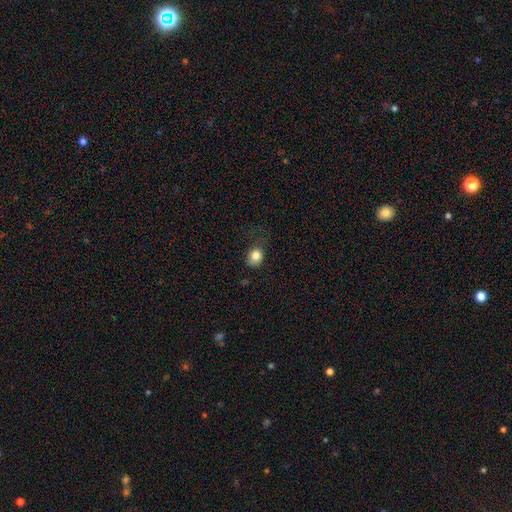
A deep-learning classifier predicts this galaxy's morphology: Smooth or featured? Predicted: smooth (p=0.83). How rounded? Predicted: round (p=0.54). Merging? Predicted: none (p=0.53).